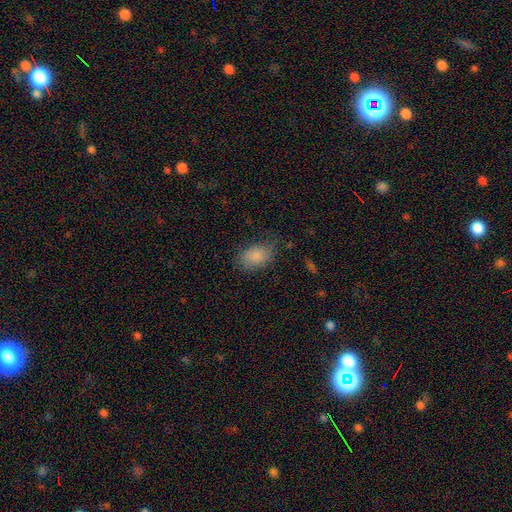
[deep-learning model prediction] This appears to be a smooth galaxy with no disk features (84%) that is in between round and cigar-shaped (85%). Merging: none (68%).